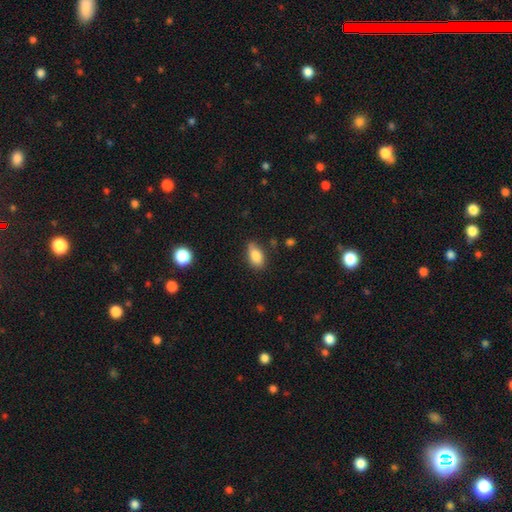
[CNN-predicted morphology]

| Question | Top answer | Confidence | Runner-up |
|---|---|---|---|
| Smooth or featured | smooth | 83% | featured or disk (9%) |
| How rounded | in between | 88% | round (7%) |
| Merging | none | 70% | minor disturbance (23%) |